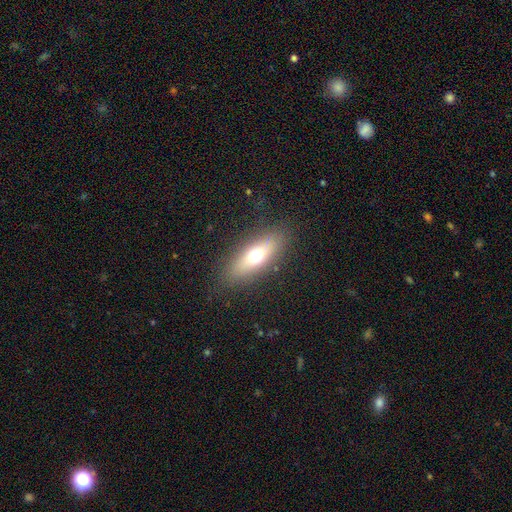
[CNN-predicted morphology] A smooth galaxy with no disk features (61%) that is in between round and cigar-shaped (59%). Merging: none (85%).